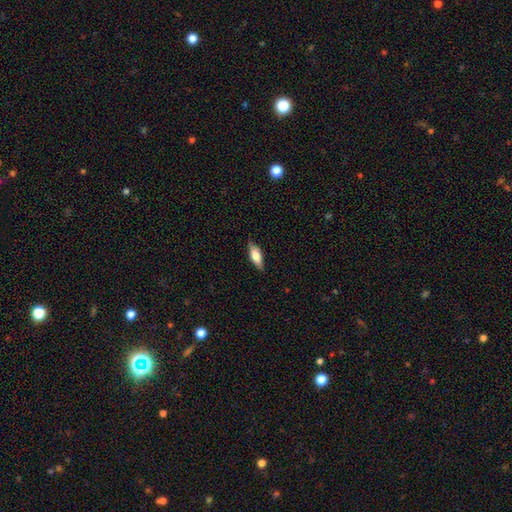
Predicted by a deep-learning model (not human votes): A smooth galaxy with no disk features (60%) that is in between round and cigar-shaped (66%). Merging: none (83%).